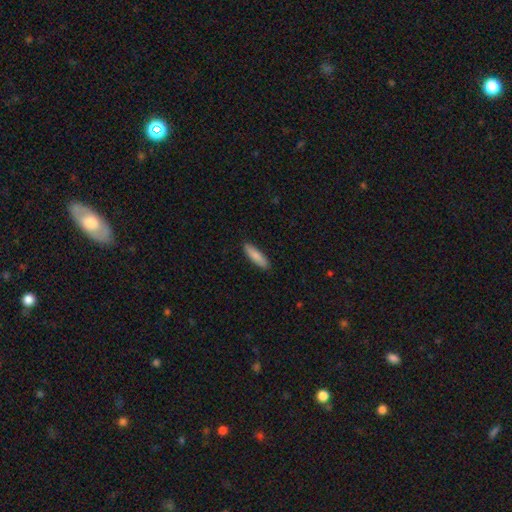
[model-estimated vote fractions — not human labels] Morphology: type=smooth (83%); roundness=cigar-shaped (70%); merging=none (90%).